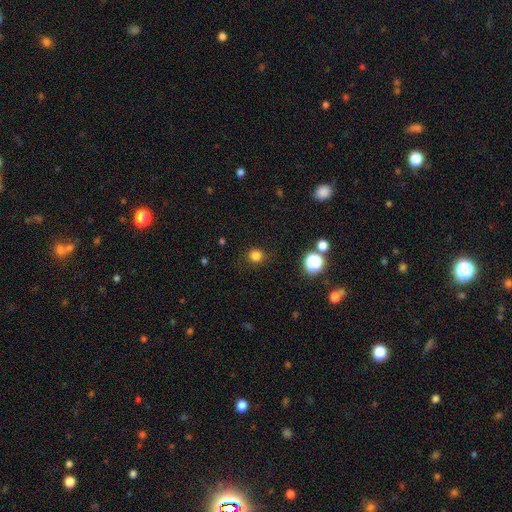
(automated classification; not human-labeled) Smooth or featured? smooth (80%)
How rounded? round (88%)
Merging? none (86%)